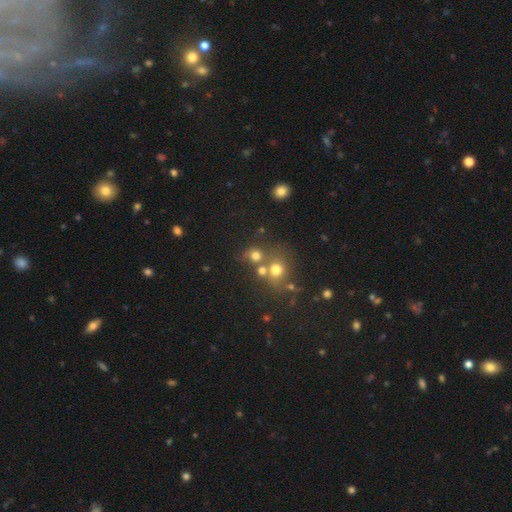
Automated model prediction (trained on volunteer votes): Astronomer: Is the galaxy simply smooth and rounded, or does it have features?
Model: smooth — 71%.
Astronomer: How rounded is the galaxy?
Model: round — 82%.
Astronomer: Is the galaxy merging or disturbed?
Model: none — 53% (runner-up: merger, 32%).